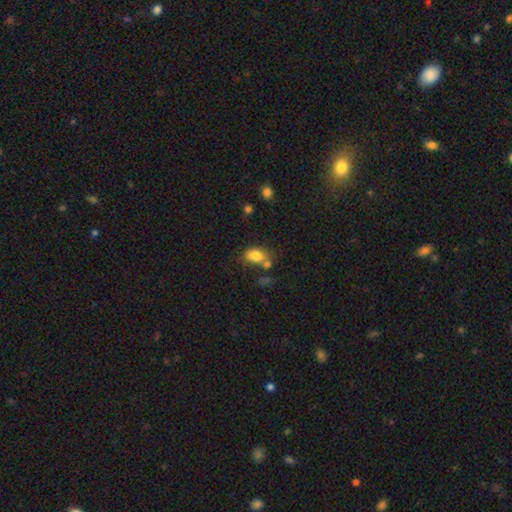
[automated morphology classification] Smooth or featured?
  - smooth: 81% *
  - featured or disk: 9%
  - star or artifact: 9%
How rounded?
  - in between: 84% *
  - round: 15%
  - cigar-shaped: 2%
Merging?
  - none: 52% *
  - merger: 22%
  - minor disturbance: 19%
  - major disturbance: 7%